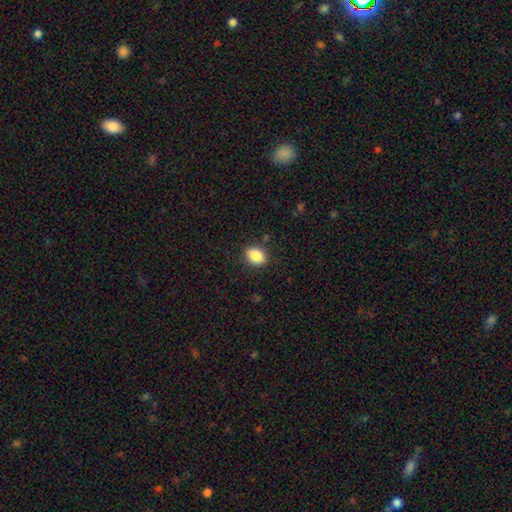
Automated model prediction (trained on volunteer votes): Overall: smooth (87%). How rounded: in between (72%). Merging: none (87%).